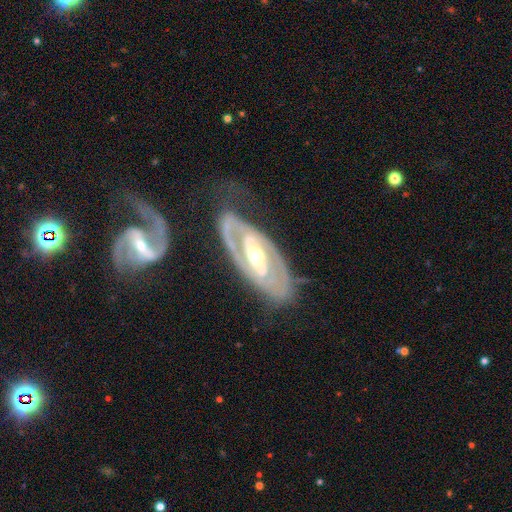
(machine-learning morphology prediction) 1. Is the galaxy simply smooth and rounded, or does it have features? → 85% featured or disk, 10% smooth, 5% star or artifact.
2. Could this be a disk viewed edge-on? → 92% no, 8% yes.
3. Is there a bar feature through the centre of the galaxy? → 41% strong, 32% weak, 26% no.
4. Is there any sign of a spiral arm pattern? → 83% yes, 17% no.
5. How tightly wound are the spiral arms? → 51% tight, 37% medium, 13% loose.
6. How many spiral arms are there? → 72% 2, 15% can't tell, 7% 1, 3% 3, 1% 4, 1% more than 4.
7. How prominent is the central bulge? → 64% moderate, 30% small, 4% large, 1% none, 1% dominant.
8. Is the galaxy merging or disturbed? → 57% none, 20% minor disturbance, 13% major disturbance, 10% merger.